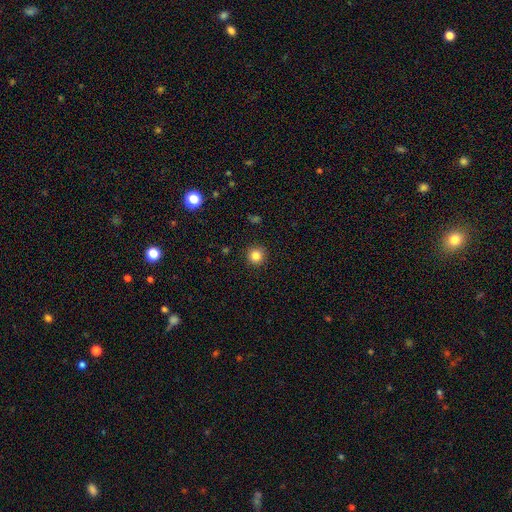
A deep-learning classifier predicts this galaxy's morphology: Smooth or featured?
  - smooth: 84% *
  - star or artifact: 11%
  - featured or disk: 4%
How rounded?
  - round: 95% *
  - in between: 4%
  - cigar-shaped: 1%
Merging?
  - none: 92% *
  - minor disturbance: 5%
  - major disturbance: 2%
  - merger: 1%